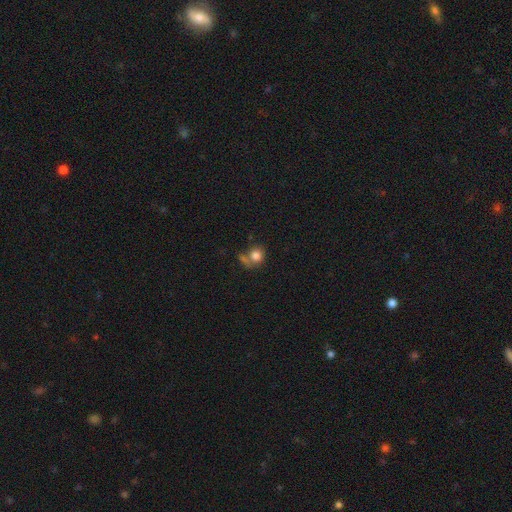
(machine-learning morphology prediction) A smooth galaxy with no disk features (79%) that is round (76%). Merging: none (46%).